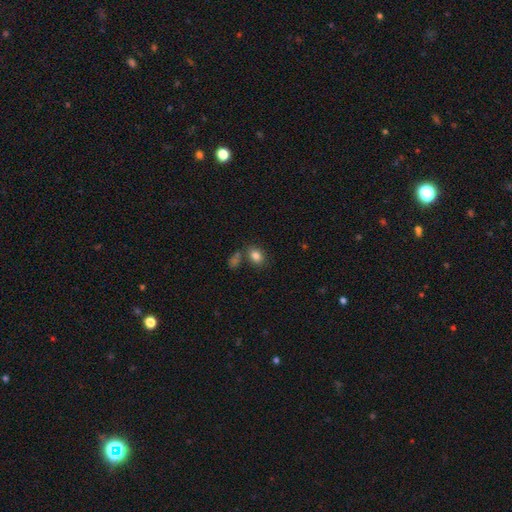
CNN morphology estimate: This is clearly a smooth galaxy (82%). How rounded: likely in between (64%). Merging: likely none (70%).